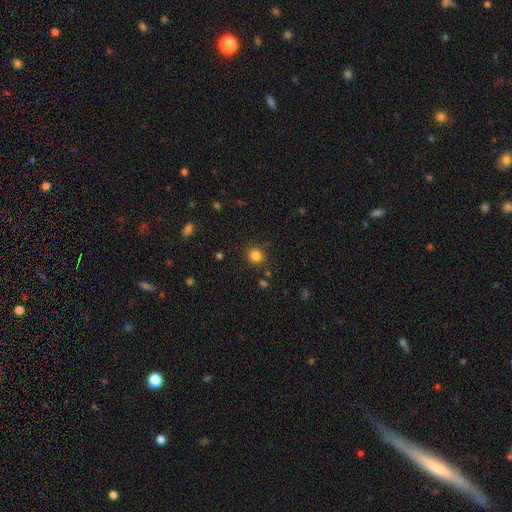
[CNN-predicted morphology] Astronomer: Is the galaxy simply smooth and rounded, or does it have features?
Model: smooth — 83%.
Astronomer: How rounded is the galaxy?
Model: round — 88%.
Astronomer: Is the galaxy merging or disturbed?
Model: none — 87%.